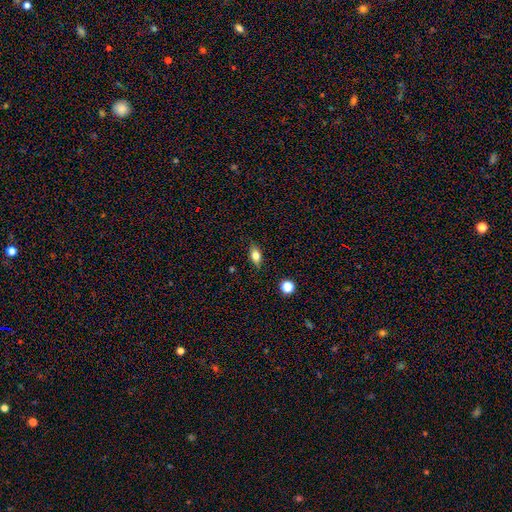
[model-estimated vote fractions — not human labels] smooth 77%, featured or disk 13%, star or artifact 10%. Down the decision tree: how rounded — in between (82%); merging — none (84%).